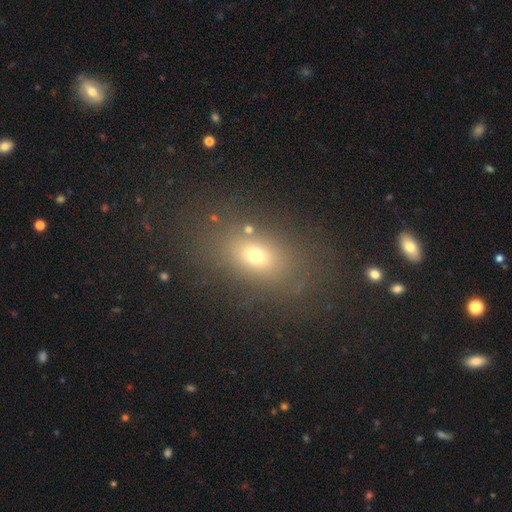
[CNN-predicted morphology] Smooth or featured?
  - smooth: 66% *
  - star or artifact: 19%
  - featured or disk: 15%
How rounded?
  - in between: 72% *
  - round: 25%
  - cigar-shaped: 3%
Merging?
  - none: 77% *
  - minor disturbance: 12%
  - major disturbance: 8%
  - merger: 3%